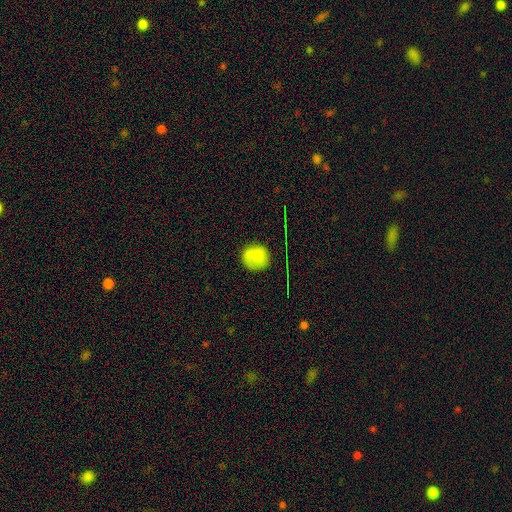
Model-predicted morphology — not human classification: Smooth or featured? Predicted: smooth (p=0.77). How rounded? Predicted: round (p=0.84). Merging? Predicted: none (p=0.77).